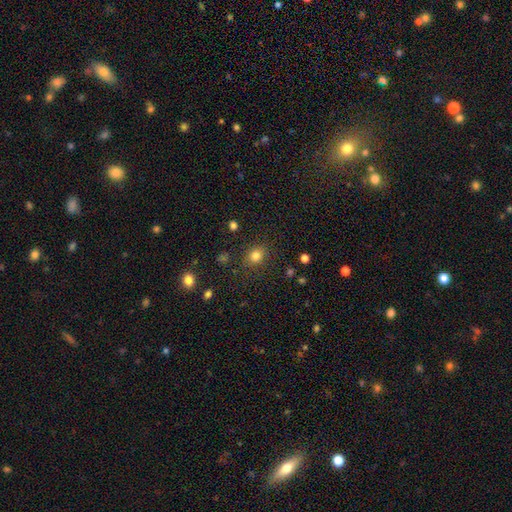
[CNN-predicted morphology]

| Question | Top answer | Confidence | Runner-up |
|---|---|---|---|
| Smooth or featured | smooth | 81% | star or artifact (13%) |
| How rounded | round | 63% | in between (36%) |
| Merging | none | 83% | minor disturbance (11%) |